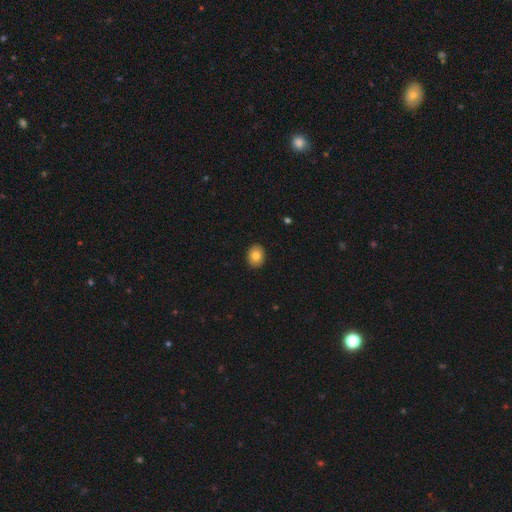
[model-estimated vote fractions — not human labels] Smooth or featured: smooth — 81% (featured or disk — 10%)
How rounded: in between — 51% (round — 48%)
Merging: none — 91% (minor disturbance — 6%)